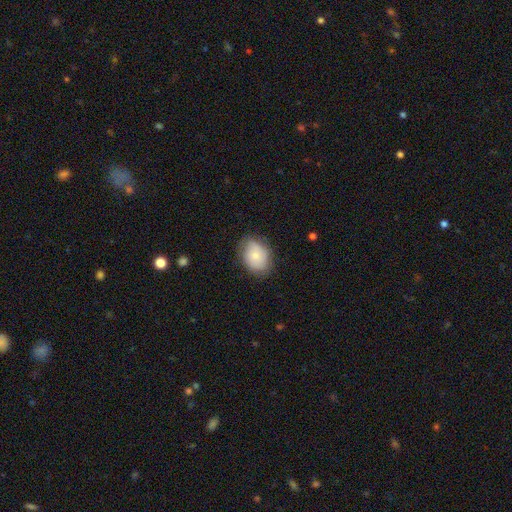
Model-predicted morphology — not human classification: smooth_or_featured: smooth (p=0.71) [alt: featured or disk p=0.22]
how_rounded: in between (p=0.70) [alt: round p=0.29]
merging: none (p=0.74) [alt: minor disturbance p=0.20]